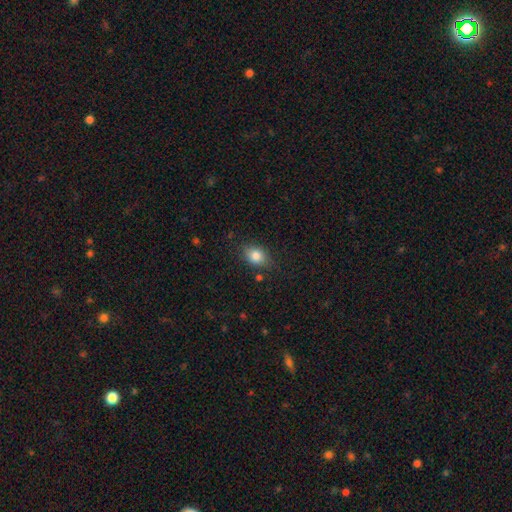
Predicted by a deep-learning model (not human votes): smooth-or-featured: smooth: 83% | star or artifact: 9% | featured or disk: 8%
  how-rounded: in between: 66% | round: 32% | cigar-shaped: 2%
  merging: none: 78% | minor disturbance: 16% | major disturbance: 4% | merger: 2%